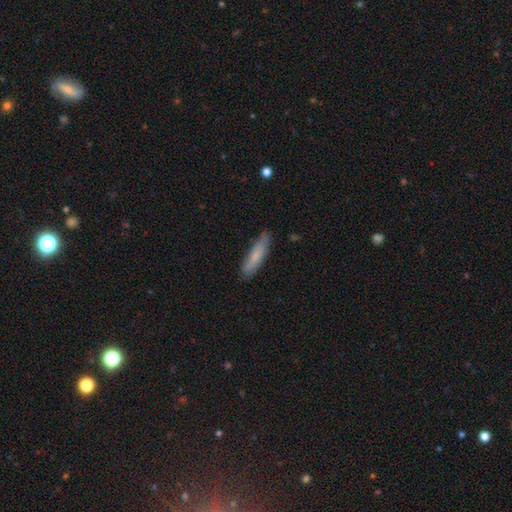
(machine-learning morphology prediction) Smooth or featured? smooth (73%)
How rounded? cigar-shaped (77%)
Merging? none (79%)